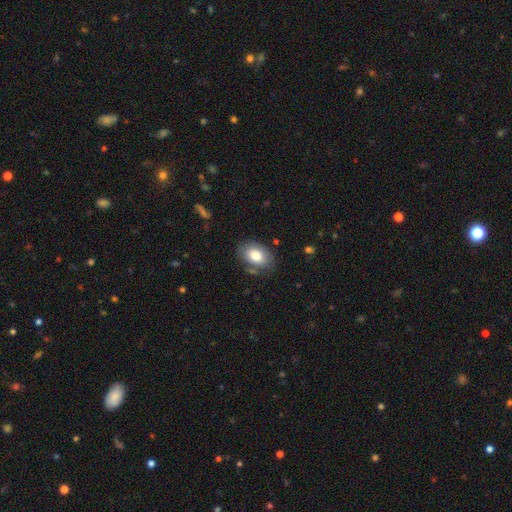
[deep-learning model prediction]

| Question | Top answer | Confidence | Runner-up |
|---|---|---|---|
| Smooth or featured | smooth | 80% | featured or disk (12%) |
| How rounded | in between | 82% | round (17%) |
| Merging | none | 78% | minor disturbance (14%) |